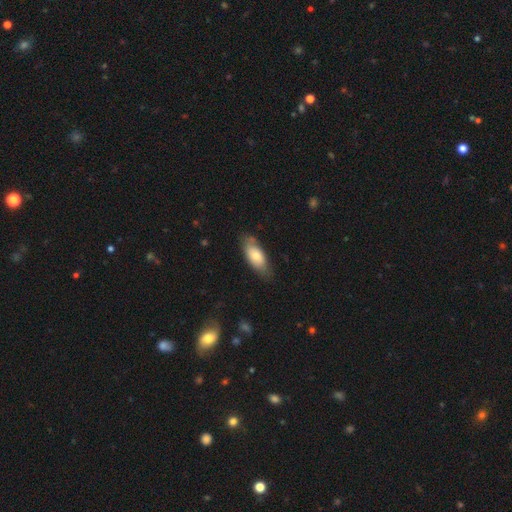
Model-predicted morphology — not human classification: smooth 69%, featured or disk 25%, star or artifact 6%. Down the decision tree: how rounded — in between (85%); merging — none (69%).